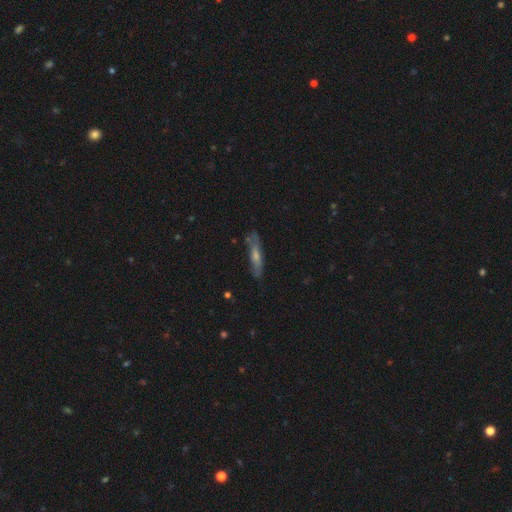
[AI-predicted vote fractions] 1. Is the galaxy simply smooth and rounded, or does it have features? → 52% featured or disk, 37% smooth, 10% star or artifact.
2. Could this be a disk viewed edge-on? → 65% yes, 35% no.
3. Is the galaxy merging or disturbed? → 75% none, 18% minor disturbance, 5% major disturbance, 2% merger.